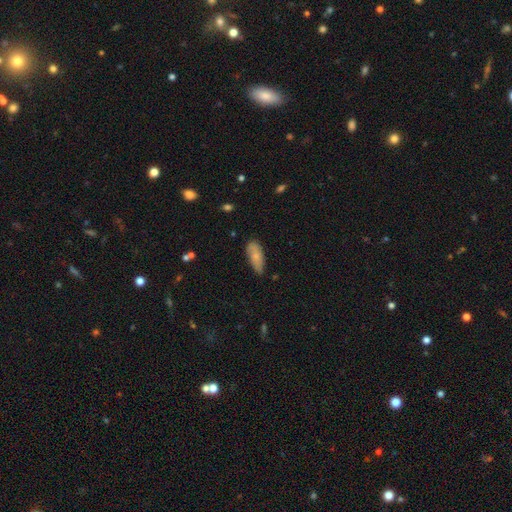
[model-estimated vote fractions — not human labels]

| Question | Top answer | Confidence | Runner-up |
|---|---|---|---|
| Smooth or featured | smooth | 75% | featured or disk (19%) |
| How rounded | in between | 77% | cigar-shaped (21%) |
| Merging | none | 65% | minor disturbance (28%) |